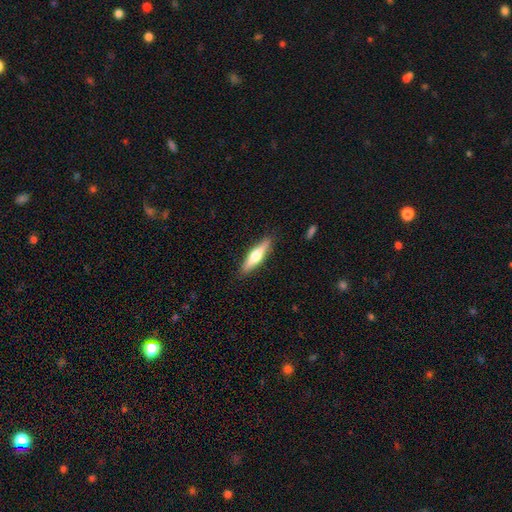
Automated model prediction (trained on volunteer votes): Smooth or featured? featured or disk (53%)
Edge-on disk? yes (95%)
Edge-on bulge? rounded (92%)
Merging? none (89%)